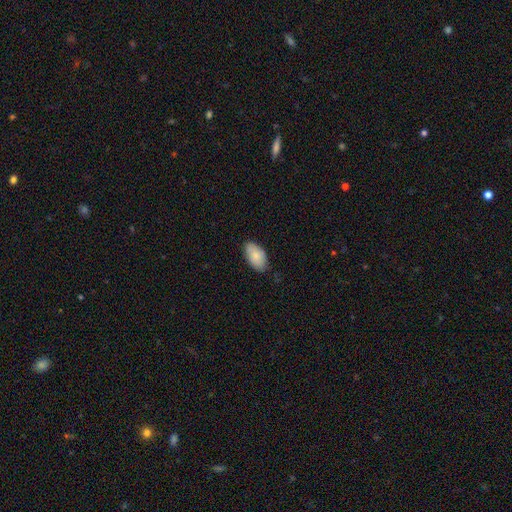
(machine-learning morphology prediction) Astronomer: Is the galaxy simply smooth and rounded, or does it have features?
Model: smooth — 82%.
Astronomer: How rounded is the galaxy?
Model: in between — 95%.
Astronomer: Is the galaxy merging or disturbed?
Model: none — 78%.